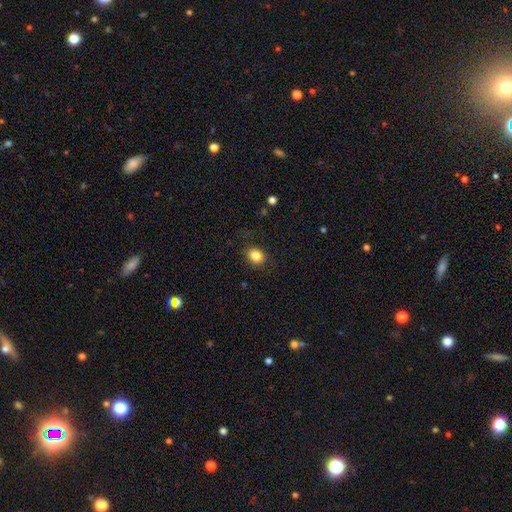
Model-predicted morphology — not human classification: Smooth or featured: smooth — 83% (star or artifact — 10%)
How rounded: round — 58% (in between — 41%)
Merging: none — 86% (minor disturbance — 10%)